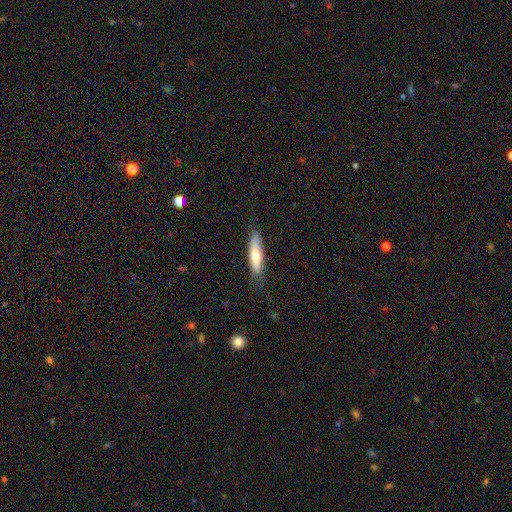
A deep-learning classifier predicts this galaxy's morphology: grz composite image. It shows a smooth galaxy with no disk features (63%) that is cigar-shaped (69%). Merging: none (79%).